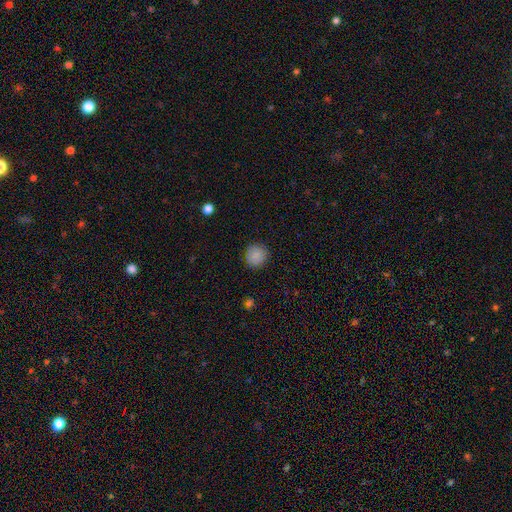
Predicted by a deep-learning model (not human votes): The model was most divided on "smooth or featured": smooth: 86%, star or artifact: 9%, featured or disk: 4%. More confident: how rounded — round (92%); merging — none (89%).